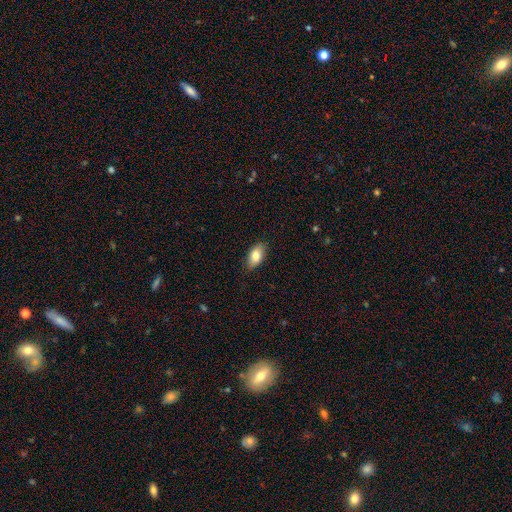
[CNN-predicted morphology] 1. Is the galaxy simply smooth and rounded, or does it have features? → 83% smooth, 11% featured or disk, 7% star or artifact.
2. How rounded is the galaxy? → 92% in between, 5% round, 4% cigar-shaped.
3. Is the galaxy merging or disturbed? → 86% none, 11% minor disturbance, 2% major disturbance, 1% merger.